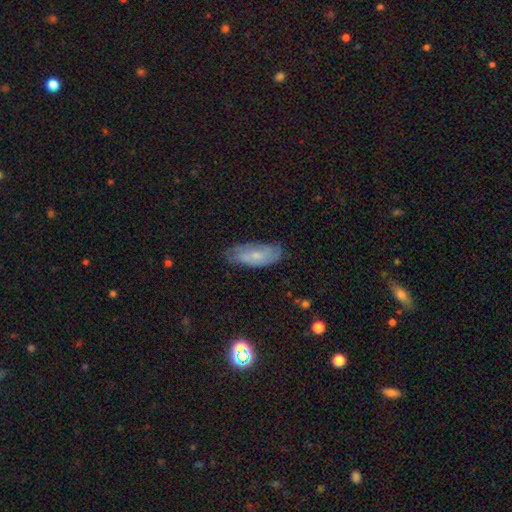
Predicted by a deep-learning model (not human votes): featured or disk 49%, smooth 42%, star or artifact 9%. Down the decision tree: merging — none (71%).